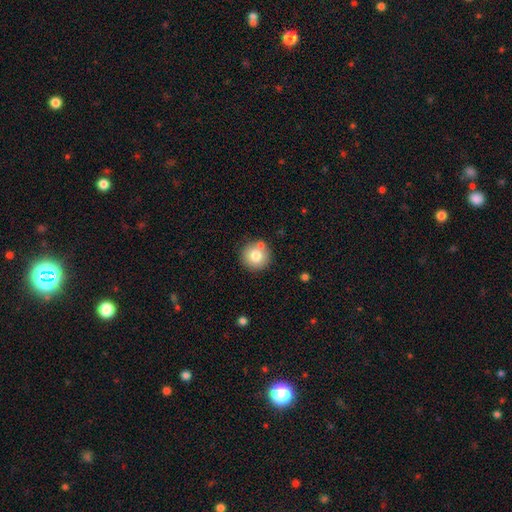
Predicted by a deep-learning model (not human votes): This is likely a smooth galaxy (77%). How rounded: clearly round (95%). Merging: likely none (77%).